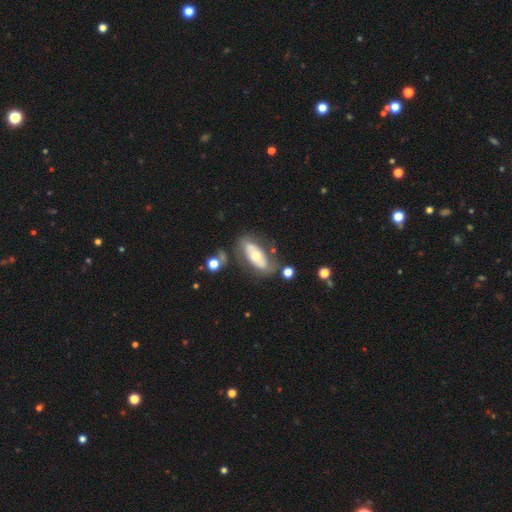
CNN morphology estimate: type=featured or disk (57%); edge-on=no (86%); merging=none (62%).